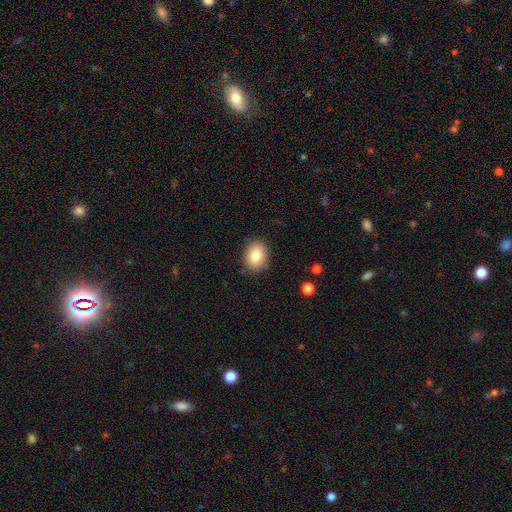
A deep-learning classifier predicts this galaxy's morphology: Overall: smooth (82%). How rounded: in between (56%; round 43%). Merging: none (86%).